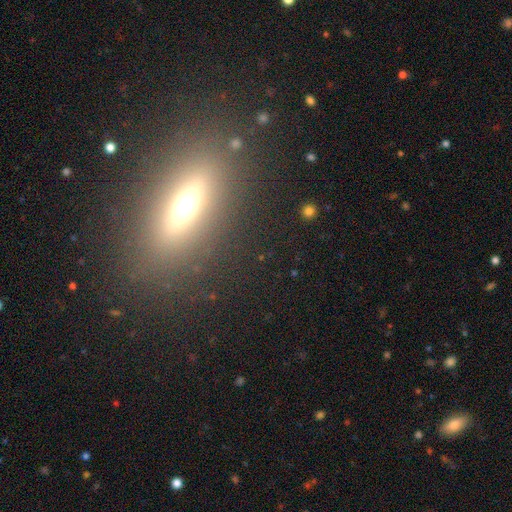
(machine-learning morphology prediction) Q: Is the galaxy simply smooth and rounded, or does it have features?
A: smooth — 45%.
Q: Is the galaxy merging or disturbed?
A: none — 86%.